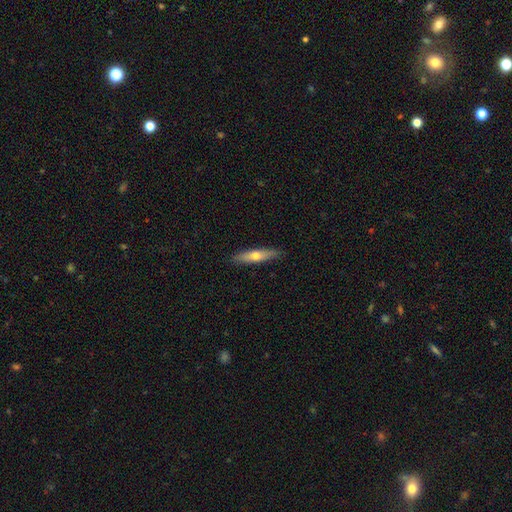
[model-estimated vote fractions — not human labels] Morphology: type=smooth (56%); roundness=cigar-shaped (77%); merging=none (89%).